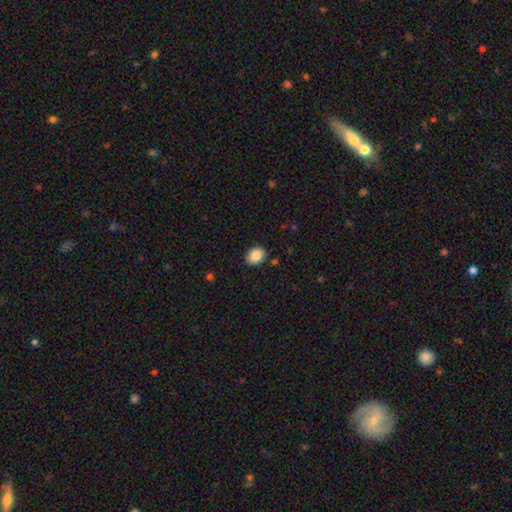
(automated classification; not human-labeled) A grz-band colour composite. It shows a smooth galaxy with no disk features (88%) that is in between round and cigar-shaped (65%). Merging: none (87%).